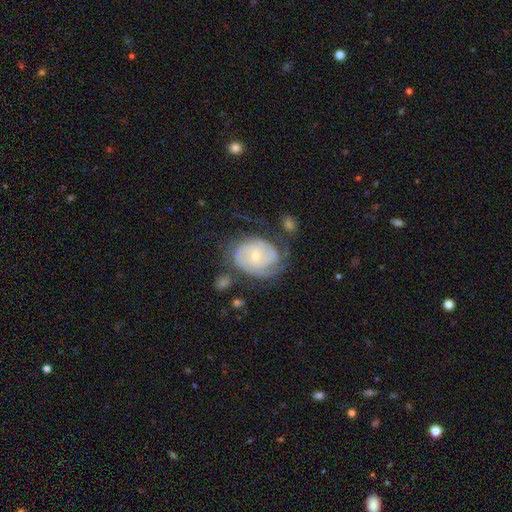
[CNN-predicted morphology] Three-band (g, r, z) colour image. It shows a featured or disk galaxy (81%) with no bar (73%), tight (69%) spiral arms (92%) and a small central bulge (58%). Merging: none (56%).